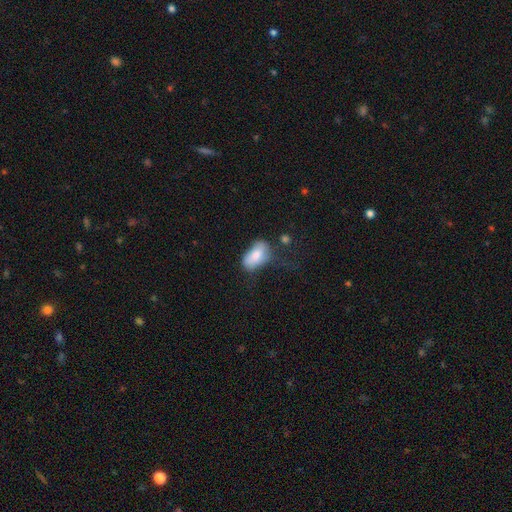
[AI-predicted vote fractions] Q: Smooth or featured?
A: smooth (79%); runner-up: featured or disk (14%)
Q: How rounded?
A: in between (93%); runner-up: round (5%)
Q: Merging?
A: none (43%); runner-up: minor disturbance (33%)